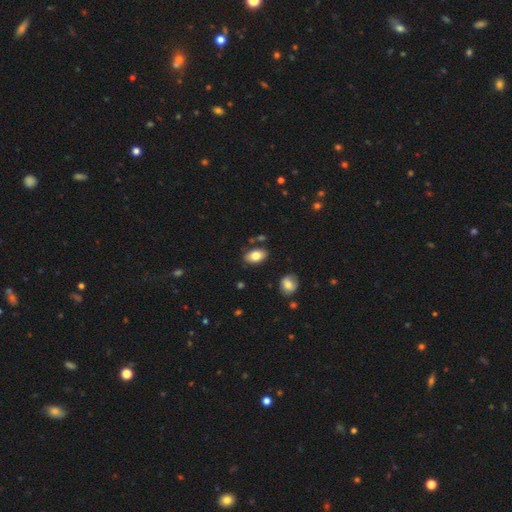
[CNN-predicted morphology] A smooth galaxy with no disk features (81%) that is in between round and cigar-shaped (92%).

Vote fractions:
- Smooth or featured? smooth: 81% / featured or disk: 11% / star or artifact: 8%
- How rounded? in between: 92% / round: 7% / cigar-shaped: 2%
- Merging? none: 83% / minor disturbance: 11% / merger: 4% / major disturbance: 2%